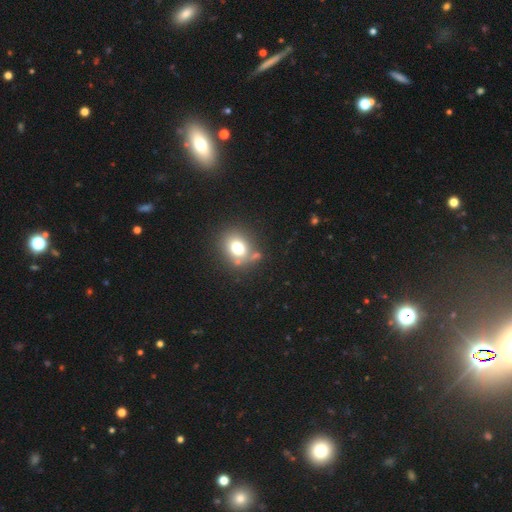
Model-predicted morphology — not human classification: smooth_or_featured: smooth (p=0.68) [alt: star or artifact p=0.19]
how_rounded: round (p=0.69) [alt: in between p=0.30]
merging: none (p=0.69) [alt: merger p=0.13]